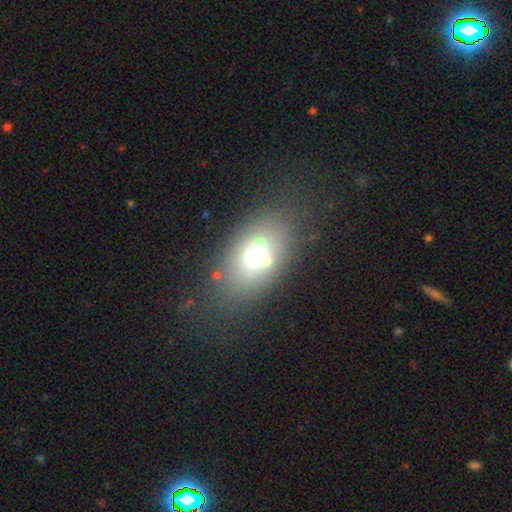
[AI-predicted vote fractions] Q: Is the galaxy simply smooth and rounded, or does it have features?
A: smooth — 64%.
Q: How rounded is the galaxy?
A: in between — 73%.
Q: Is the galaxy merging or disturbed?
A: none — 71%.